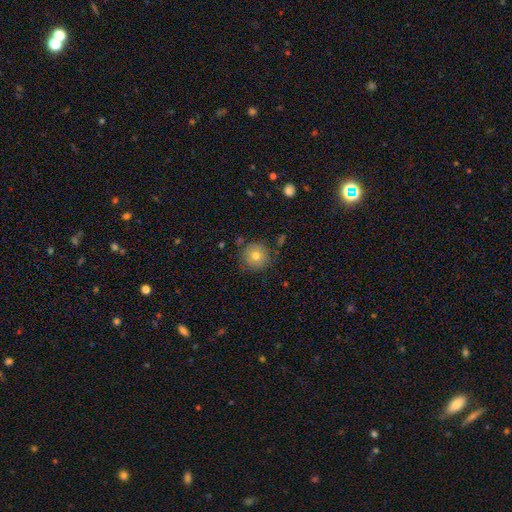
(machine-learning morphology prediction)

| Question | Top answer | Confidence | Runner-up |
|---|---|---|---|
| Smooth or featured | smooth | 76% | featured or disk (13%) |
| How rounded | round | 95% | in between (4%) |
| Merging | none | 84% | minor disturbance (10%) |